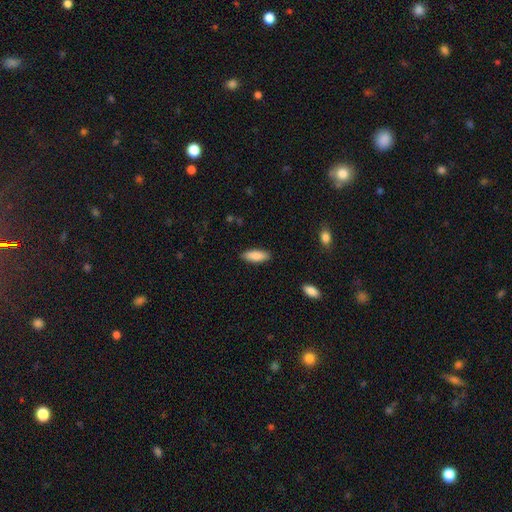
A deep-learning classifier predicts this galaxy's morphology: A smooth galaxy with no disk features (88%) that is in between round and cigar-shaped (71%). Merging: none (88%).